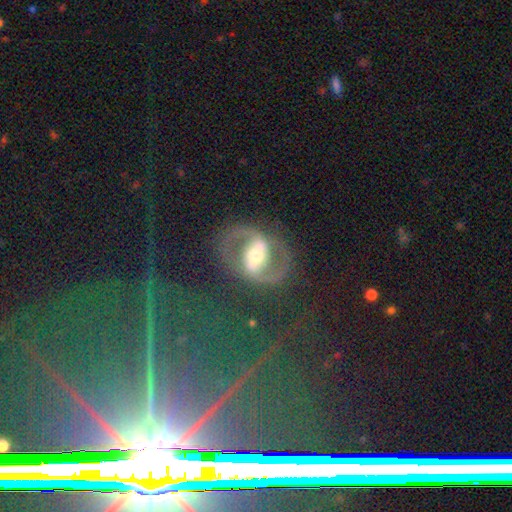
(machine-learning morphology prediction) featured or disk 85%, smooth 9%, star or artifact 6%. Down the decision tree: edge-on disk — no (96%); bar — strong (52%); spiral arms — yes (85%); spiral arm count — 2 (91%); spiral winding — medium (55%); bulge size — moderate (66%); merging — none (77%).